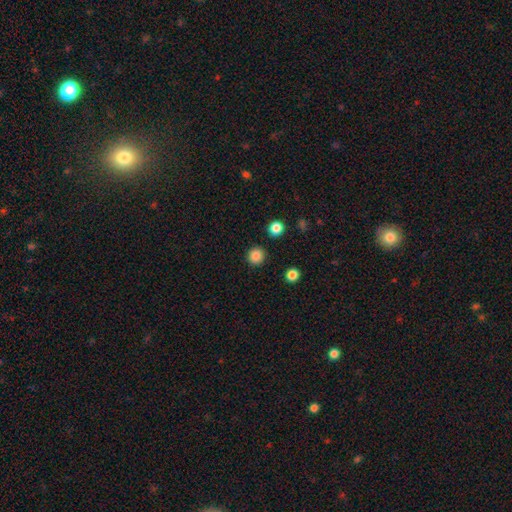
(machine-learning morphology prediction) Q: Smooth or featured?
A: smooth (85%); runner-up: star or artifact (11%)
Q: How rounded?
A: round (94%); runner-up: in between (5%)
Q: Merging?
A: none (91%); runner-up: minor disturbance (5%)